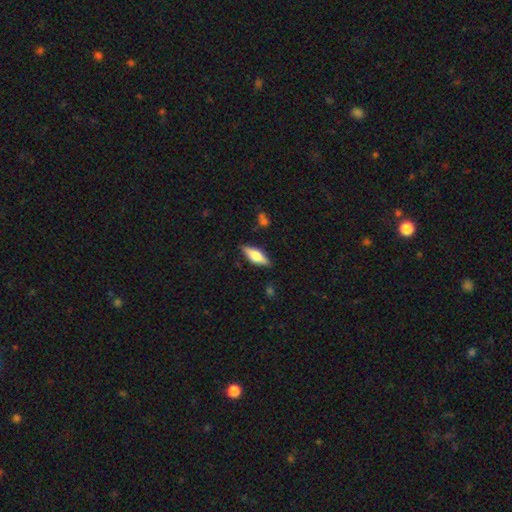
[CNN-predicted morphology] A smooth galaxy with no disk features (55%) that is in between round and cigar-shaped (63%).

Vote fractions:
- Smooth or featured? smooth: 55% / featured or disk: 39% / star or artifact: 7%
- How rounded? in between: 63% / cigar-shaped: 34% / round: 3%
- Merging? none: 84% / minor disturbance: 11% / major disturbance: 3% / merger: 2%